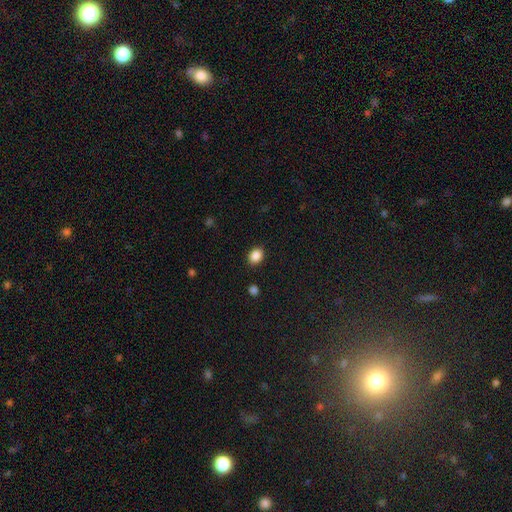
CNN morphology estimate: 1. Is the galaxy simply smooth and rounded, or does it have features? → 87% smooth, 9% star or artifact, 3% featured or disk.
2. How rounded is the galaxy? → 57% in between, 42% round, 1% cigar-shaped.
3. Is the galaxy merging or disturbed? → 88% none, 8% minor disturbance, 2% major disturbance, 1% merger.